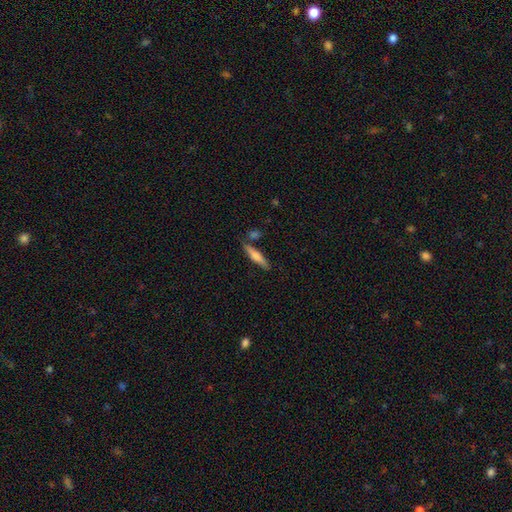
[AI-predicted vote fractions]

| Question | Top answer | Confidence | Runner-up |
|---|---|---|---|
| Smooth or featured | smooth | 58% | featured or disk (37%) |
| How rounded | cigar-shaped | 86% | in between (12%) |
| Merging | none | 79% | minor disturbance (11%) |